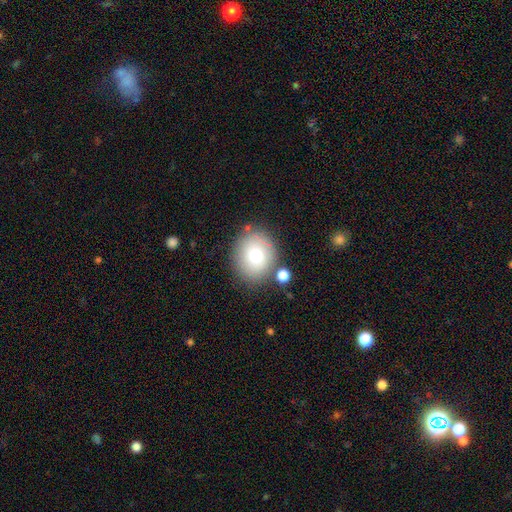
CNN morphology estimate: Q: Smooth or featured?
A: smooth (73%); runner-up: featured or disk (16%)
Q: How rounded?
A: round (74%); runner-up: in between (25%)
Q: Merging?
A: none (78%); runner-up: minor disturbance (11%)